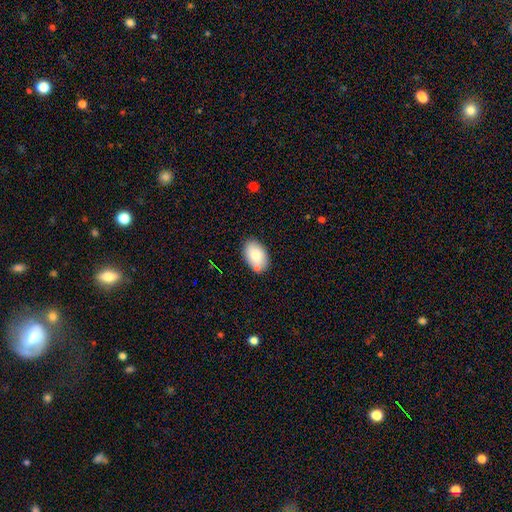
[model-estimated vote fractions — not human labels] Morphology: type=smooth (81%); roundness=in between (91%); merging=none (78%).